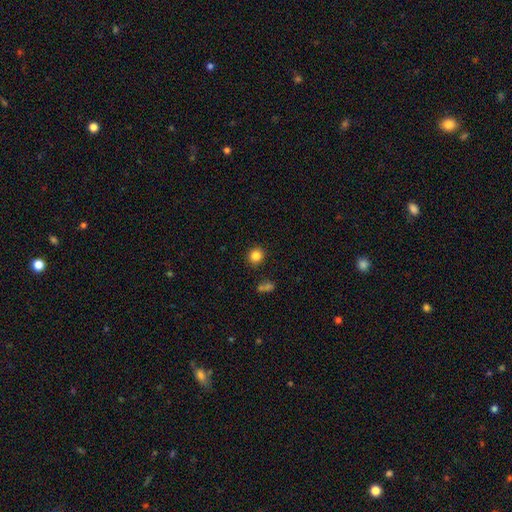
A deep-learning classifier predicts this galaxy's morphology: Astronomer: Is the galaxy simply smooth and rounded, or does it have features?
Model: smooth — 84%.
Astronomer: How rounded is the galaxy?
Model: round — 87%.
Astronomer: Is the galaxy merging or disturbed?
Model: none — 89%.